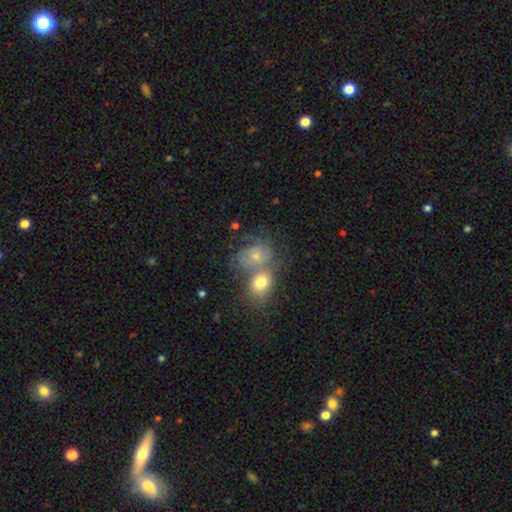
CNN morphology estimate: Smooth or featured? featured or disk (45%)
Merging? merger (52%)